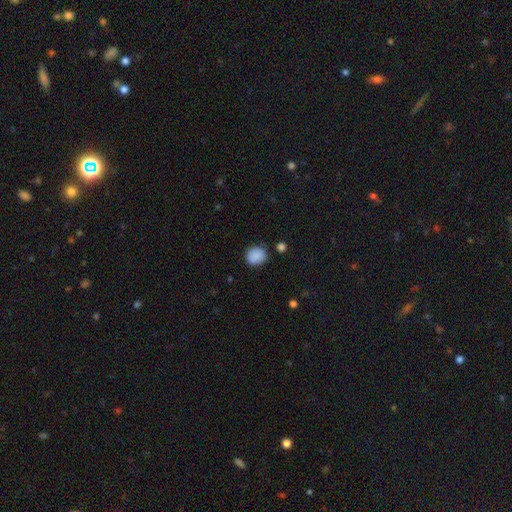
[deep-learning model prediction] A smooth galaxy with no disk features (88%) that is round (80%). Merging: none (83%).